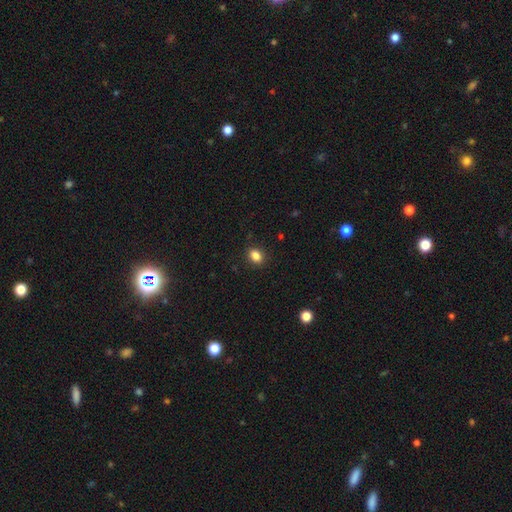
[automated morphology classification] This appears to be a smooth galaxy with no disk features (85%) that is in between round and cigar-shaped (73%). Merging: none (88%).